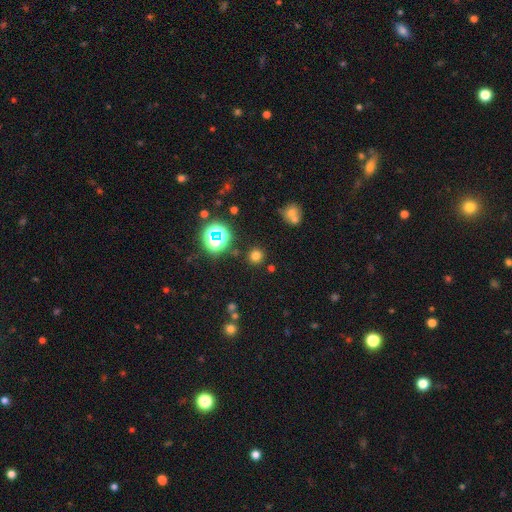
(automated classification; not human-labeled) This appears to be a smooth galaxy with no disk features (70%) that is round (93%). Merging: none (88%).